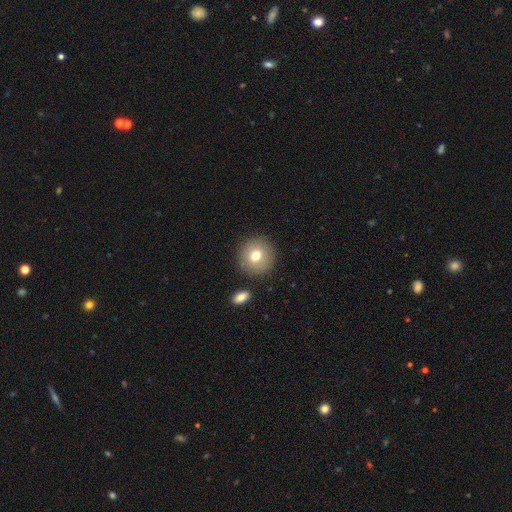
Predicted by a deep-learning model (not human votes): Smooth or featured?
  - smooth: 75% *
  - featured or disk: 16%
  - star or artifact: 10%
How rounded?
  - round: 92% *
  - in between: 7%
  - cigar-shaped: 1%
Merging?
  - none: 86% *
  - minor disturbance: 7%
  - merger: 4%
  - major disturbance: 3%